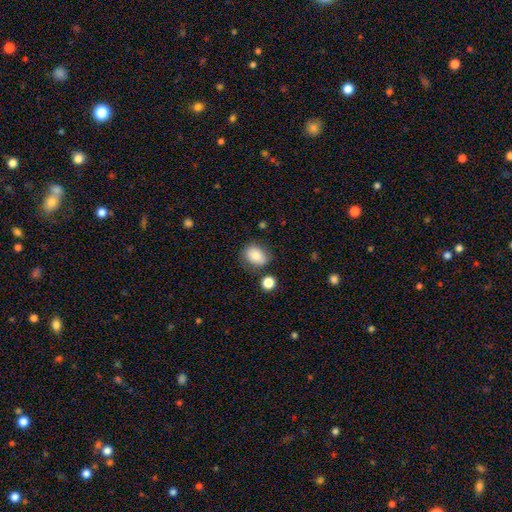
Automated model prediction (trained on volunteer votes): The model was most divided on "how rounded": in between: 62%, round: 37%, cigar-shaped: 1%. More confident: smooth or featured — smooth (81%); merging — none (73%).